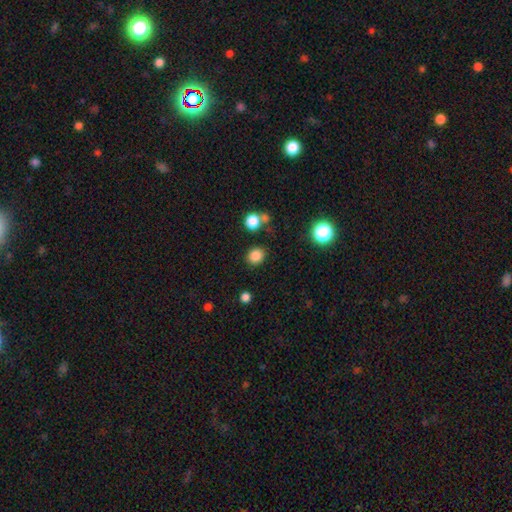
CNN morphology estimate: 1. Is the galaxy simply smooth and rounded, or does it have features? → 83% smooth, 12% star or artifact, 4% featured or disk.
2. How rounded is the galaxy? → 74% round, 25% in between, 1% cigar-shaped.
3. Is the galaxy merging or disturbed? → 85% none, 9% minor disturbance, 4% merger, 3% major disturbance.